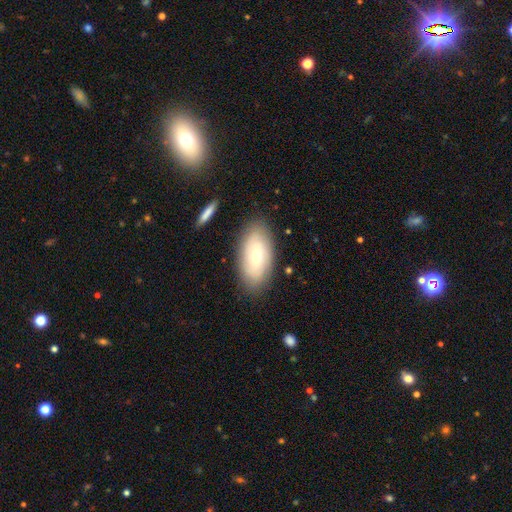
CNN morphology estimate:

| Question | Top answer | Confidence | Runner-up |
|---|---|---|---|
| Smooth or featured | smooth | 59% | featured or disk (34%) |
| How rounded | in between | 92% | cigar-shaped (5%) |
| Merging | none | 83% | minor disturbance (12%) |